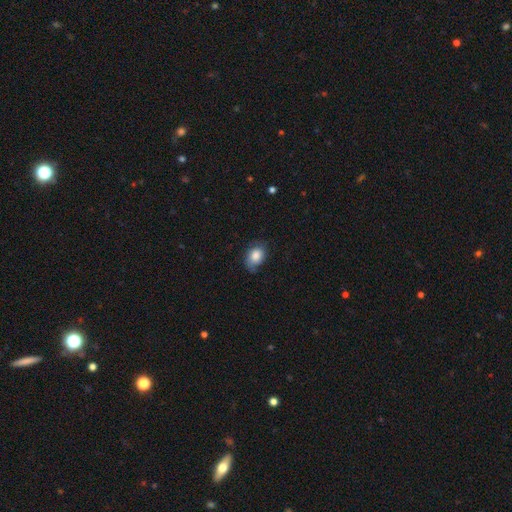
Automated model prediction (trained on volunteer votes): Smooth or featured?
  - smooth: 77% *
  - featured or disk: 15%
  - star or artifact: 8%
How rounded?
  - in between: 71% *
  - round: 27%
  - cigar-shaped: 1%
Merging?
  - none: 63% *
  - minor disturbance: 28%
  - major disturbance: 8%
  - merger: 1%